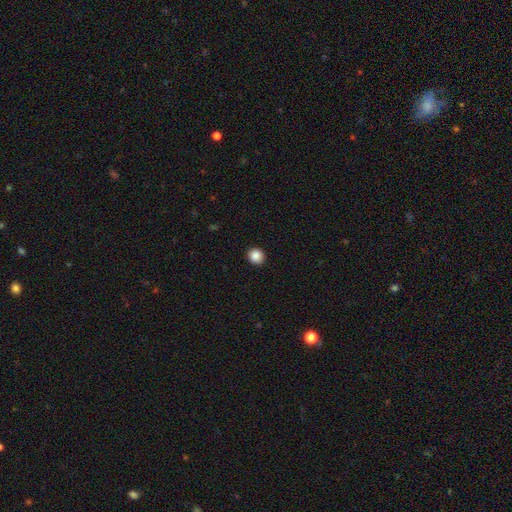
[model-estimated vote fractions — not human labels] smooth-or-featured: smooth: 88% | star or artifact: 9% | featured or disk: 3%
  how-rounded: round: 90% | in between: 9% | cigar-shaped: 1%
  merging: none: 93% | minor disturbance: 4% | major disturbance: 2% | merger: 1%